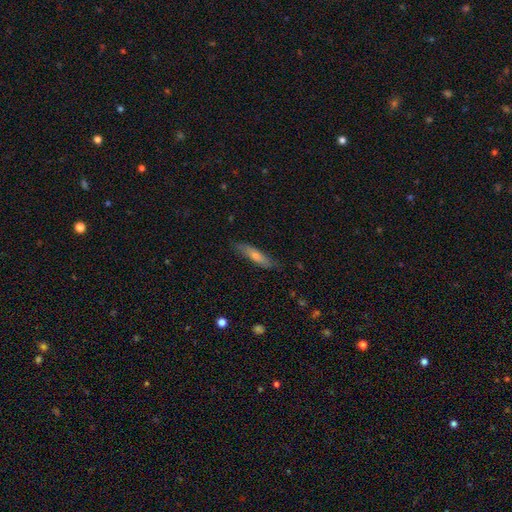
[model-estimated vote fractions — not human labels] smooth-or-featured: smooth: 52% | featured or disk: 41% | star or artifact: 7%
  how-rounded: cigar-shaped: 83% | in between: 15% | round: 2%
  merging: none: 83% | minor disturbance: 13% | major disturbance: 2% | merger: 1%